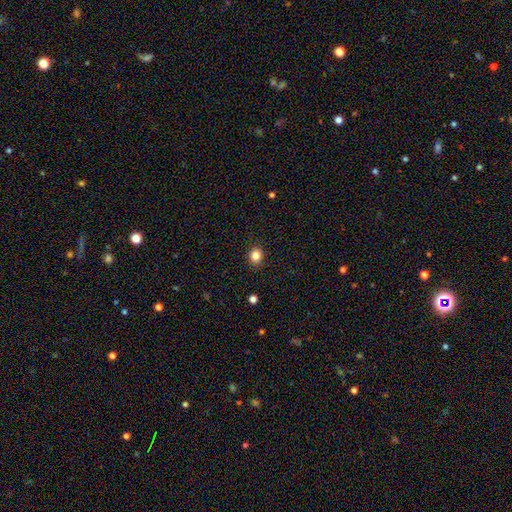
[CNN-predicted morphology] Smooth or featured: smooth — 83% (star or artifact — 12%)
How rounded: round — 77% (in between — 22%)
Merging: none — 91% (minor disturbance — 7%)